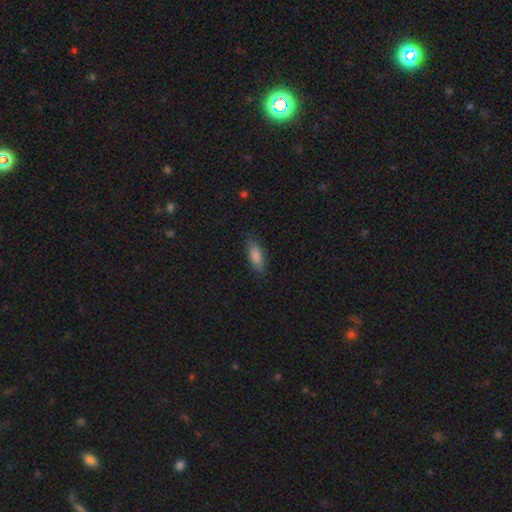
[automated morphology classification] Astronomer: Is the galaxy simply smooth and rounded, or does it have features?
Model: smooth — 81%.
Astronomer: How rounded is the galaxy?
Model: in between — 60% (runner-up: cigar-shaped, 38%).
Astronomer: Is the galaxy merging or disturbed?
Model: none — 83%.